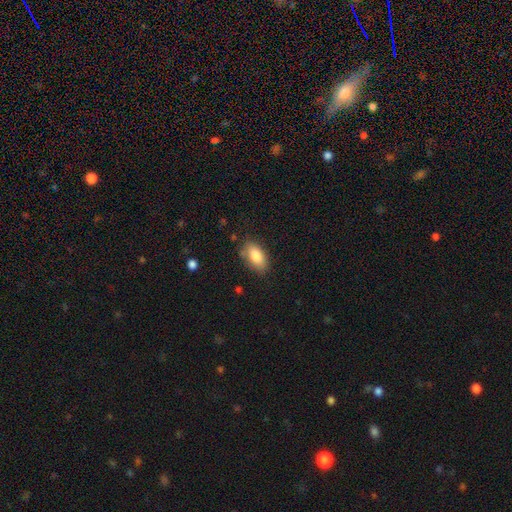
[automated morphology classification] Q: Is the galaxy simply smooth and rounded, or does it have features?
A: smooth — 84%.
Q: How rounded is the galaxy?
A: in between — 91%.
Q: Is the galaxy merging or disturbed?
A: none — 76%.